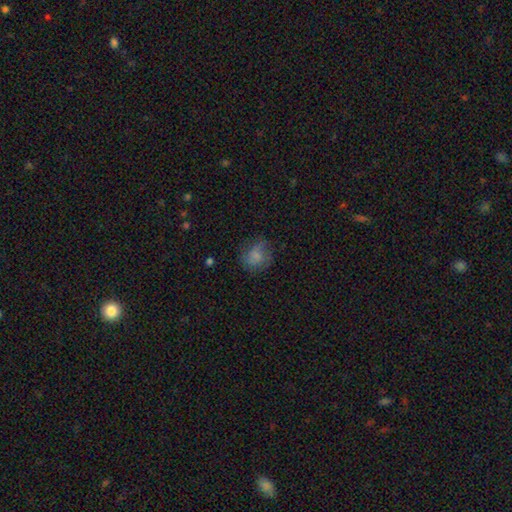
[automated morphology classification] type=smooth (66%); roundness=round (67%); merging=none (60%).